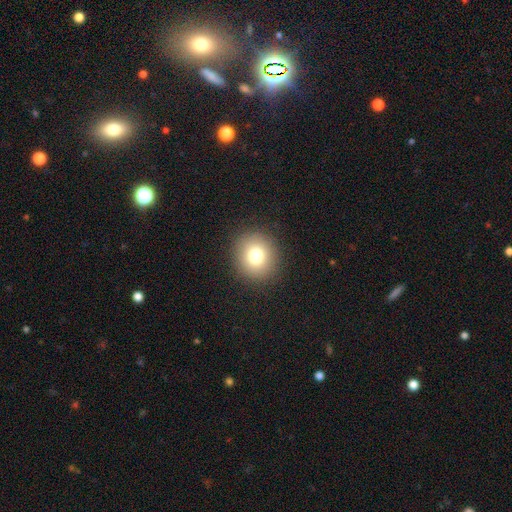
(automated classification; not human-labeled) smooth 77%, star or artifact 13%, featured or disk 10%. Down the decision tree: how rounded — round (88%); merging — none (91%).